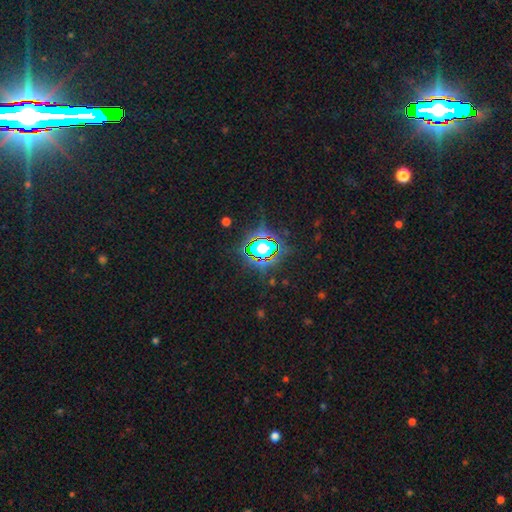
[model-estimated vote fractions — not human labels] Smooth or featured? star or artifact (73%)